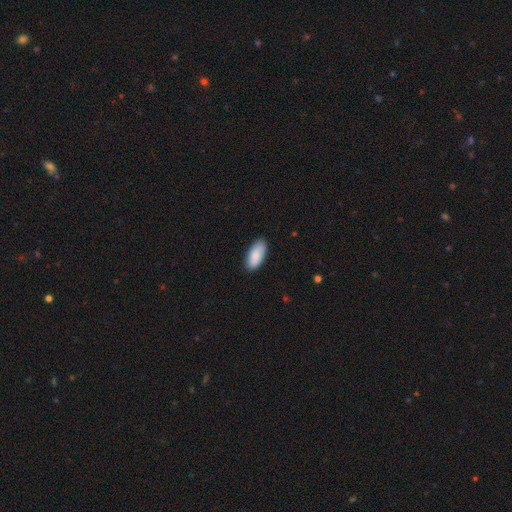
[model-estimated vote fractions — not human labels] smooth_or_featured: smooth (p=0.89) [alt: star or artifact p=0.06]
how_rounded: in between (p=0.90) [alt: cigar-shaped p=0.08]
merging: none (p=0.85) [alt: minor disturbance p=0.12]